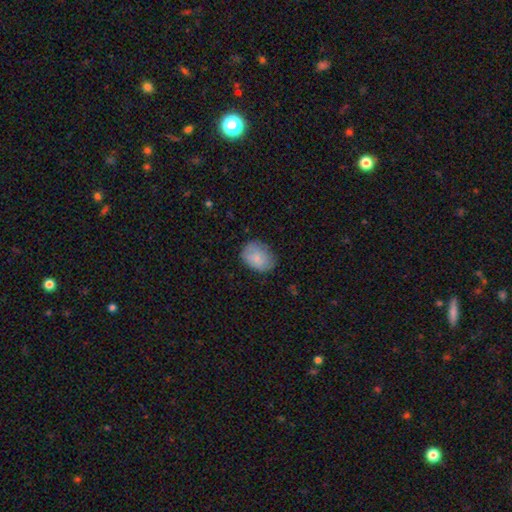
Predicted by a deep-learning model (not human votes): smooth-or-featured: smooth: 80% | featured or disk: 13% | star or artifact: 7%
  how-rounded: in between: 75% | round: 24% | cigar-shaped: 1%
  merging: none: 73% | minor disturbance: 21% | major disturbance: 5% | merger: 1%